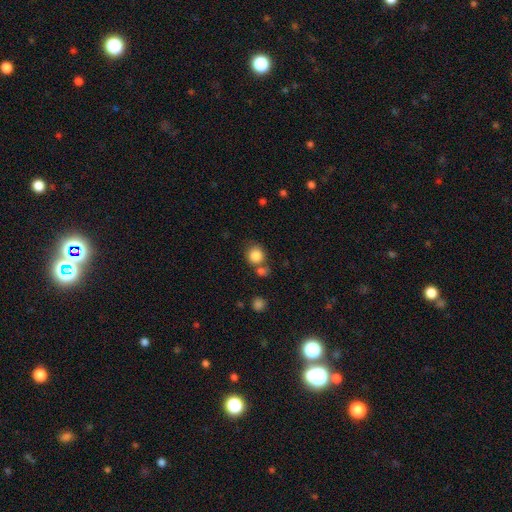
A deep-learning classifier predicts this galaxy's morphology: type=smooth (85%); roundness=round (86%); merging=none (64%).